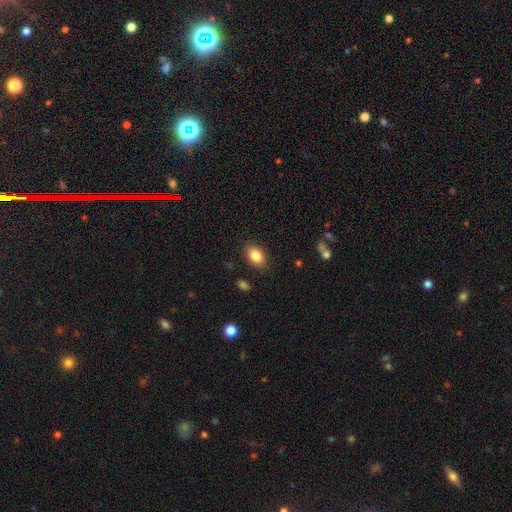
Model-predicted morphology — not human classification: Smooth or featured? smooth (85%)
How rounded? in between (85%)
Merging? none (86%)